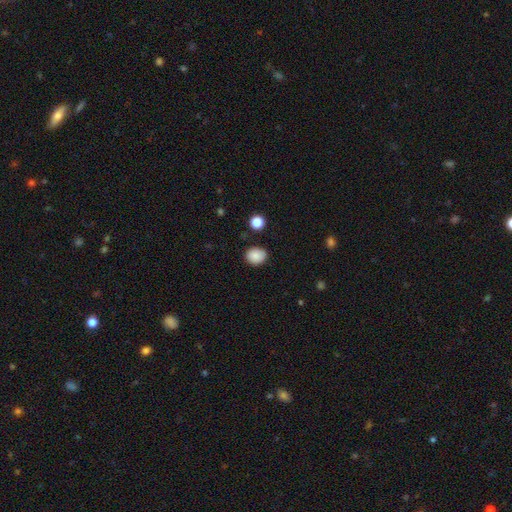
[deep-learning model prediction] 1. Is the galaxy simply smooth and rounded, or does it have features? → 87% smooth, 9% star or artifact, 4% featured or disk.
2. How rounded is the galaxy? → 60% round, 39% in between, 1% cigar-shaped.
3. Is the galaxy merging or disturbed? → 85% none, 11% minor disturbance, 2% major disturbance, 2% merger.